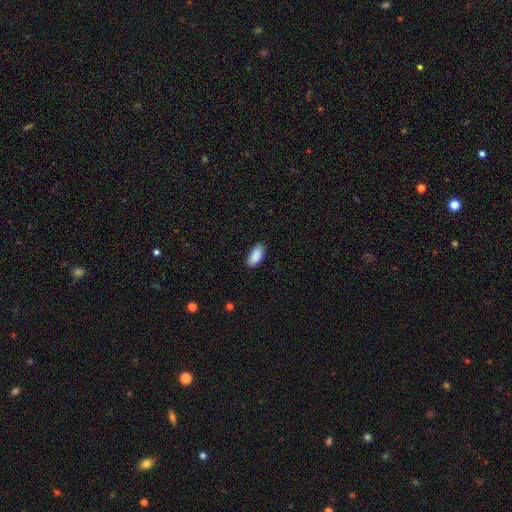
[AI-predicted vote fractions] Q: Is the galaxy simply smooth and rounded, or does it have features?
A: smooth — 90%.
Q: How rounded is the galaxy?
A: in between — 92%.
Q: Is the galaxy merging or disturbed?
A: none — 82%.